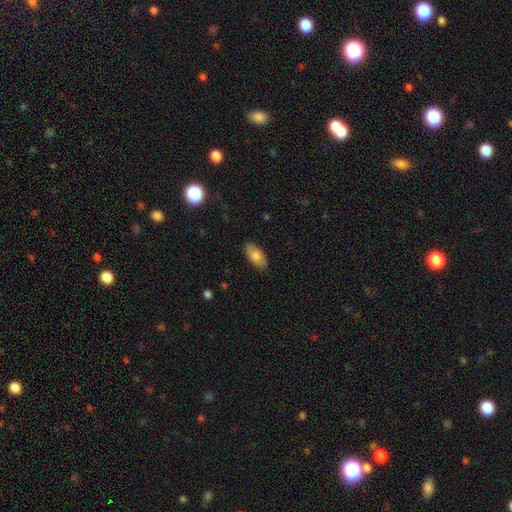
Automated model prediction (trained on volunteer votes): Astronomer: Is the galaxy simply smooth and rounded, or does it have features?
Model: smooth — 78%.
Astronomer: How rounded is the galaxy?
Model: in between — 91%.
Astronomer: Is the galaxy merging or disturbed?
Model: none — 87%.